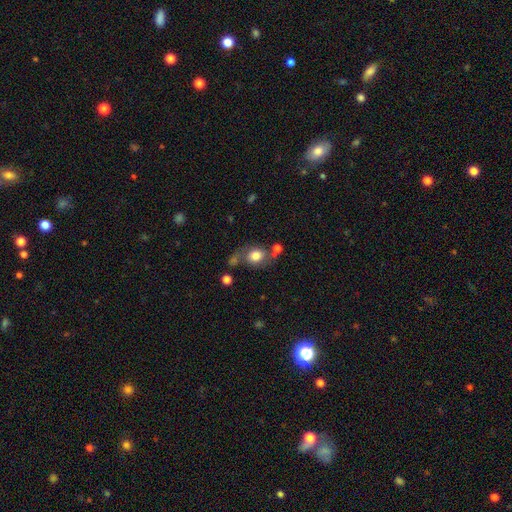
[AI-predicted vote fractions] Smooth or featured? smooth (71%)
How rounded? round (50%)
Merging? none (54%)